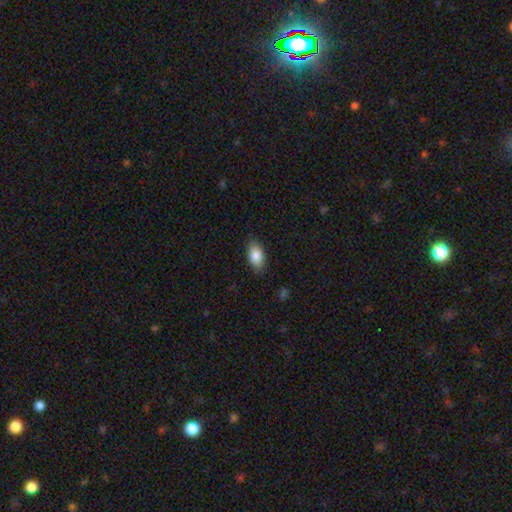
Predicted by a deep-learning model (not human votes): Smooth or featured?
  - smooth: 84% *
  - featured or disk: 9%
  - star or artifact: 7%
How rounded?
  - in between: 91% *
  - round: 5%
  - cigar-shaped: 4%
Merging?
  - none: 83% *
  - minor disturbance: 13%
  - major disturbance: 3%
  - merger: 1%